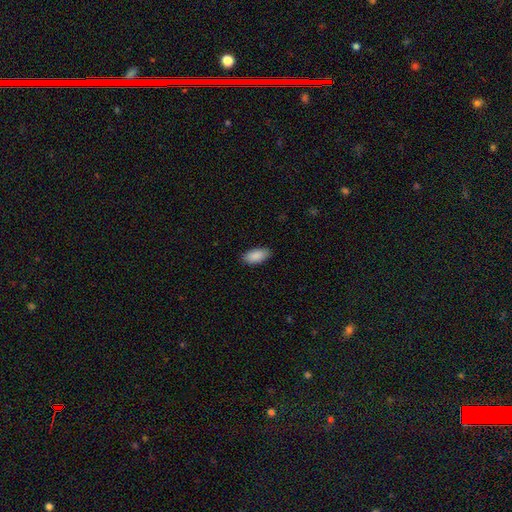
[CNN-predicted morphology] type=smooth (90%); roundness=in between (92%); merging=none (87%).